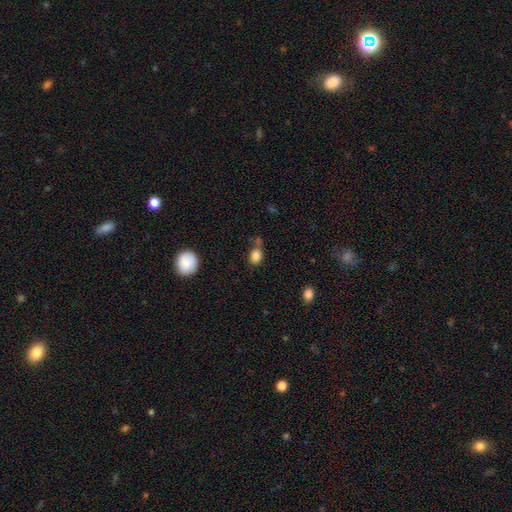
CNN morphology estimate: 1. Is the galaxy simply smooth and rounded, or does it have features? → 85% smooth, 10% star or artifact, 5% featured or disk.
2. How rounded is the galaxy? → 63% in between, 36% round, 1% cigar-shaped.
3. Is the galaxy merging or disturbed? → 60% none, 18% minor disturbance, 17% merger, 5% major disturbance.